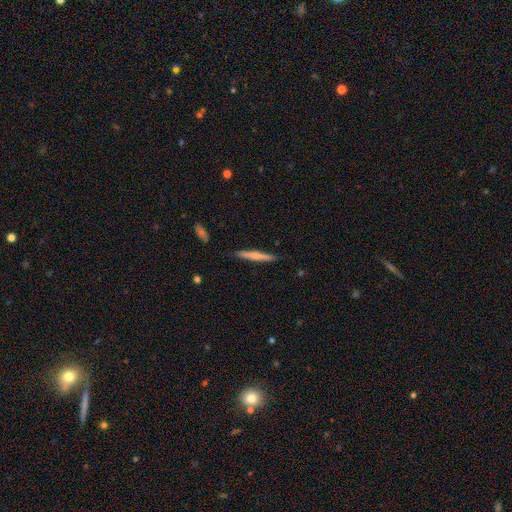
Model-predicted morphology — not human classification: Smooth or featured: smooth — 55% (featured or disk — 39%)
How rounded: cigar-shaped — 96% (in between — 3%)
Merging: none — 89% (minor disturbance — 8%)